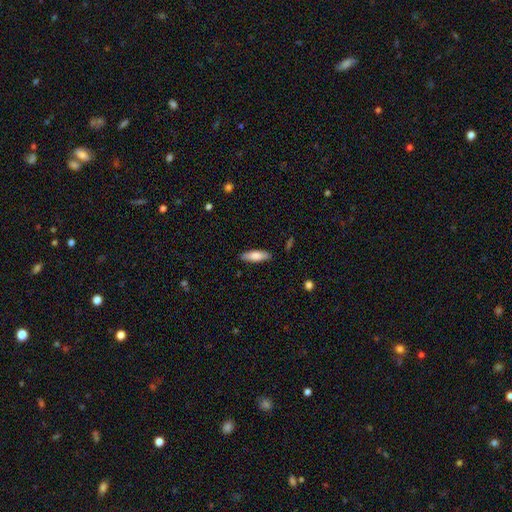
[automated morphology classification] Smooth or featured? Predicted: smooth (p=0.80). How rounded? Predicted: in between (p=0.50). Merging? Predicted: none (p=0.87).